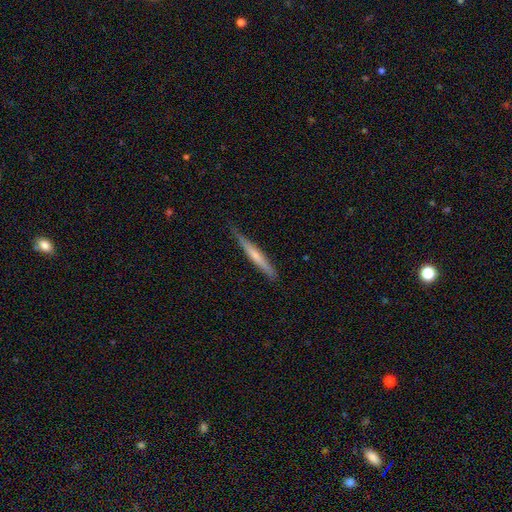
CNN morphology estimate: A smooth galaxy with no disk features (50%). Merging: none (81%).